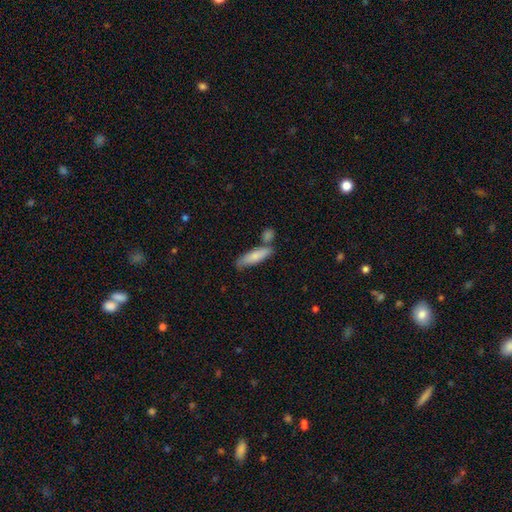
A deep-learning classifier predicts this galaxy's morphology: Smooth or featured?
  - smooth: 76% *
  - featured or disk: 19%
  - star or artifact: 6%
How rounded?
  - cigar-shaped: 64% *
  - in between: 34%
  - round: 2%
Merging?
  - none: 60% *
  - minor disturbance: 18%
  - merger: 18%
  - major disturbance: 4%